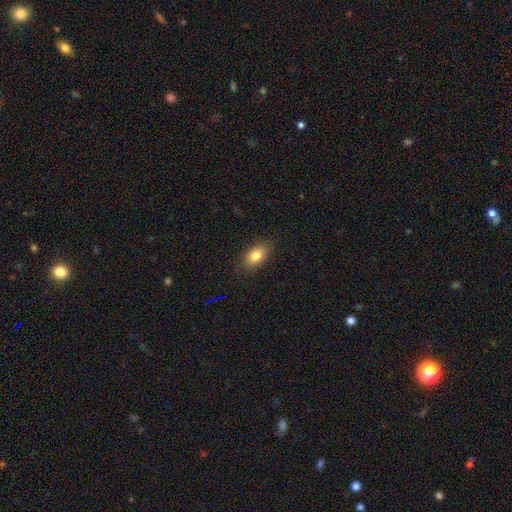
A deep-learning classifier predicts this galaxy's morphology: Smooth or featured? smooth (82%)
How rounded? in between (85%)
Merging? none (84%)